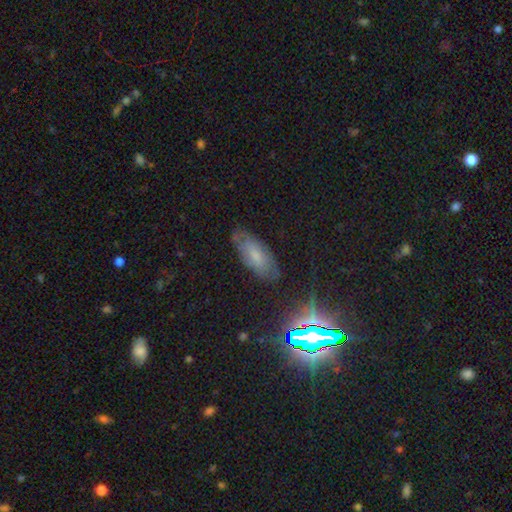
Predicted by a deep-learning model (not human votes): Smooth or featured: smooth — 52% (featured or disk — 29%)
How rounded: in between — 82% (cigar-shaped — 15%)
Merging: none — 74% (minor disturbance — 19%)